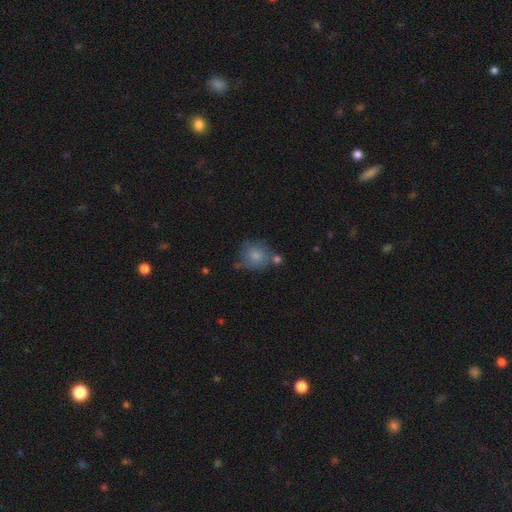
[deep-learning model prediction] Smooth or featured?
  - smooth: 75% *
  - featured or disk: 17%
  - star or artifact: 8%
How rounded?
  - round: 83% *
  - in between: 16%
  - cigar-shaped: 1%
Merging?
  - none: 50% *
  - minor disturbance: 25%
  - merger: 15%
  - major disturbance: 10%